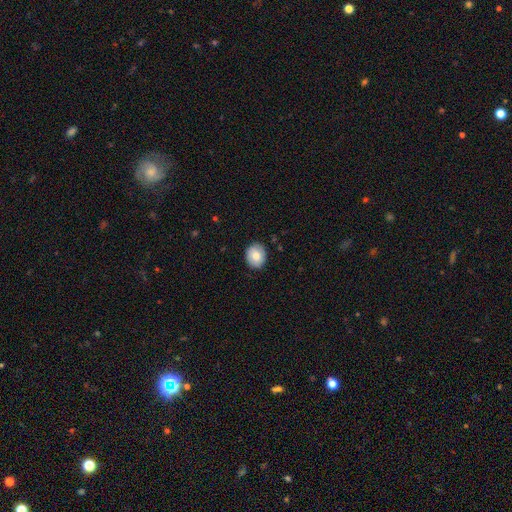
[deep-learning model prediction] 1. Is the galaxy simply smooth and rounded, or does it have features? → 76% smooth, 16% featured or disk, 8% star or artifact.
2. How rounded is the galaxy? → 58% round, 41% in between, 1% cigar-shaped.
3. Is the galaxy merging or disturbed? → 85% none, 12% minor disturbance, 2% major disturbance, 1% merger.